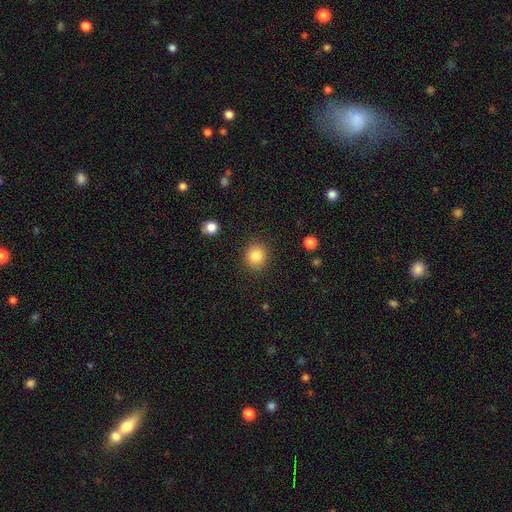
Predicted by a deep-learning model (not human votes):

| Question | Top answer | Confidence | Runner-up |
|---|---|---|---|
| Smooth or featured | smooth | 84% | star or artifact (10%) |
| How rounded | round | 86% | in between (13%) |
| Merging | none | 90% | minor disturbance (7%) |